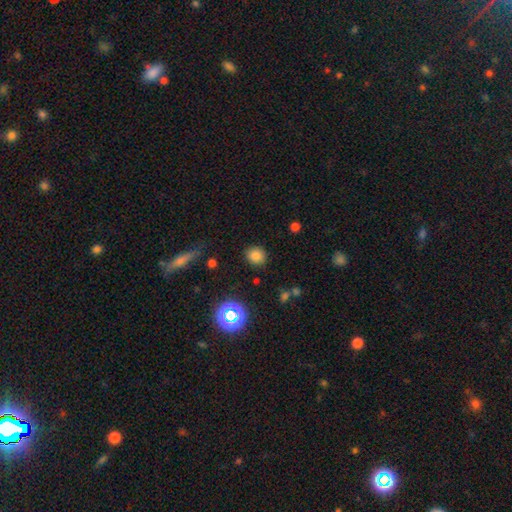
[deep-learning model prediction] Smooth or featured?
  - smooth: 79% *
  - star or artifact: 15%
  - featured or disk: 6%
How rounded?
  - round: 81% *
  - in between: 17%
  - cigar-shaped: 1%
Merging?
  - none: 86% *
  - minor disturbance: 9%
  - major disturbance: 3%
  - merger: 2%